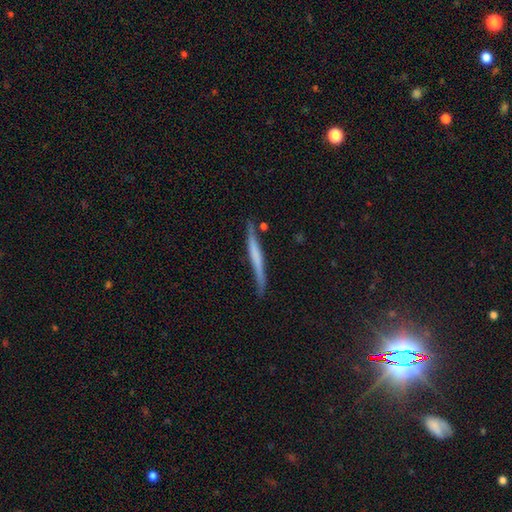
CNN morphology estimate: Overall: featured or disk (47%, tied with smooth). Merging: none (78%).